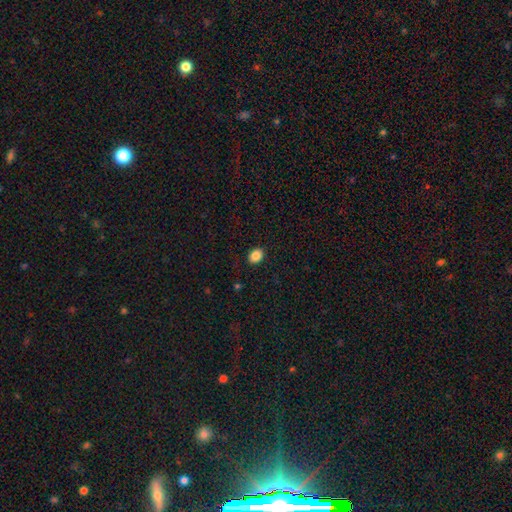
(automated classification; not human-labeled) Smooth or featured?
  - smooth: 86% *
  - star or artifact: 9%
  - featured or disk: 4%
How rounded?
  - in between: 64% *
  - round: 35%
  - cigar-shaped: 1%
Merging?
  - none: 89% *
  - minor disturbance: 8%
  - major disturbance: 2%
  - merger: 1%